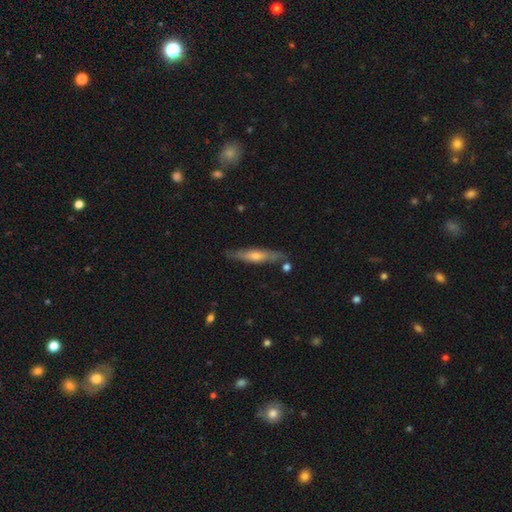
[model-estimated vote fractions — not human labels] Q: Smooth or featured?
A: featured or disk (62%); runner-up: smooth (31%)
Q: Edge-on disk?
A: yes (88%); runner-up: no (12%)
Q: Edge-on bulge?
A: rounded (77%); runner-up: none (16%)
Q: Merging?
A: none (83%); runner-up: minor disturbance (12%)